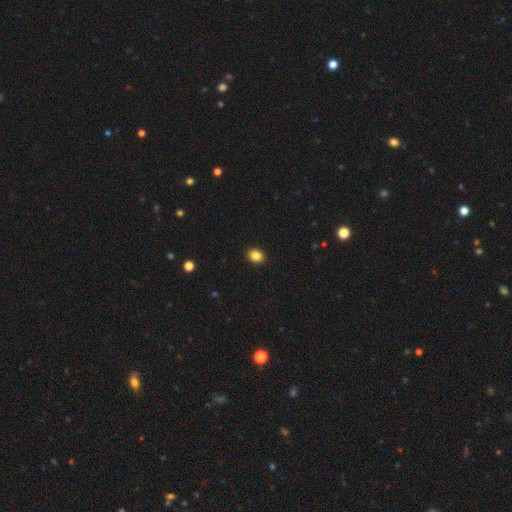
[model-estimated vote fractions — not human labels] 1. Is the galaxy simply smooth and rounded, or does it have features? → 86% smooth, 10% star or artifact, 4% featured or disk.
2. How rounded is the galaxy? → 60% in between, 39% round, 1% cigar-shaped.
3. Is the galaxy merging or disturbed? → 92% none, 6% minor disturbance, 2% major disturbance, 1% merger.